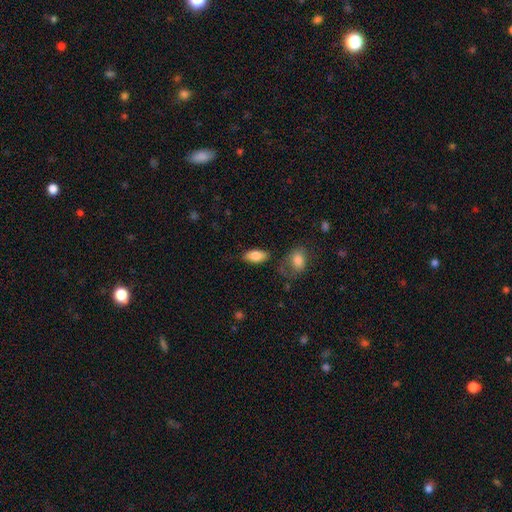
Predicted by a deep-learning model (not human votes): Morphology: type=smooth (84%); roundness=in between (92%); merging=none (73%).